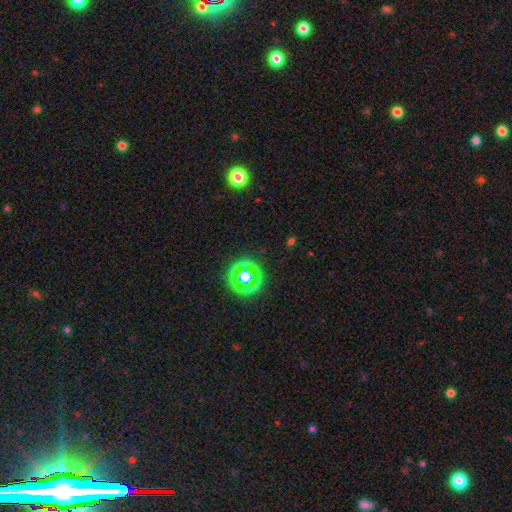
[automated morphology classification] Q: Smooth or featured?
A: star or artifact (48%); runner-up: smooth (46%)